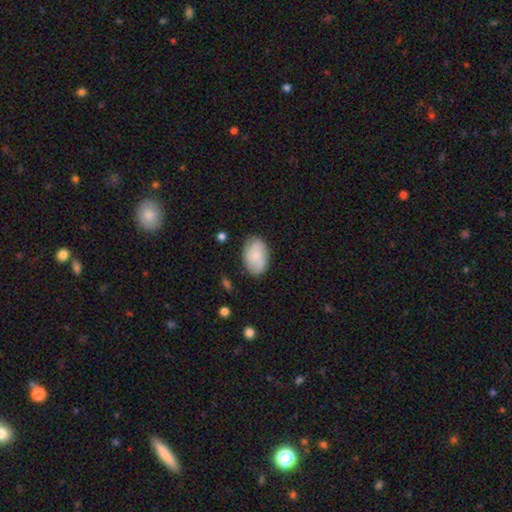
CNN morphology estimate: Overall: smooth (73%). How rounded: in between (90%). Merging: none (78%).